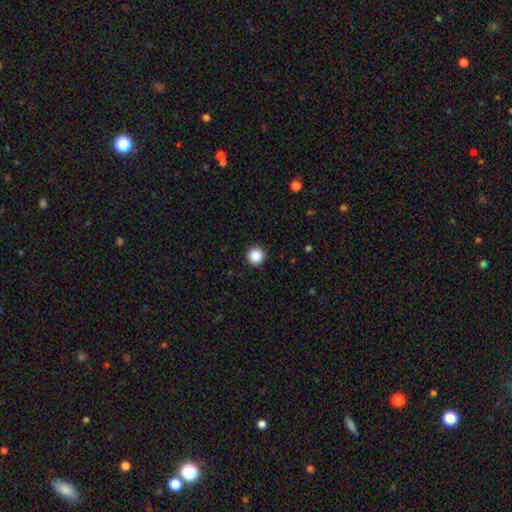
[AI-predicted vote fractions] Q: Smooth or featured?
A: smooth (88%); runner-up: star or artifact (10%)
Q: How rounded?
A: round (96%); runner-up: in between (3%)
Q: Merging?
A: none (93%); runner-up: minor disturbance (5%)